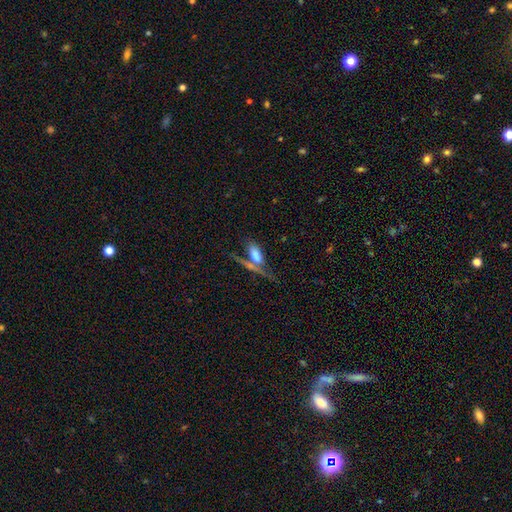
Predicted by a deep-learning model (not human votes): Smooth or featured?
  - smooth: 66% *
  - featured or disk: 24%
  - star or artifact: 10%
How rounded?
  - in between: 63% *
  - cigar-shaped: 33%
  - round: 5%
Merging?
  - merger: 41% *
  - none: 35%
  - minor disturbance: 13%
  - major disturbance: 10%